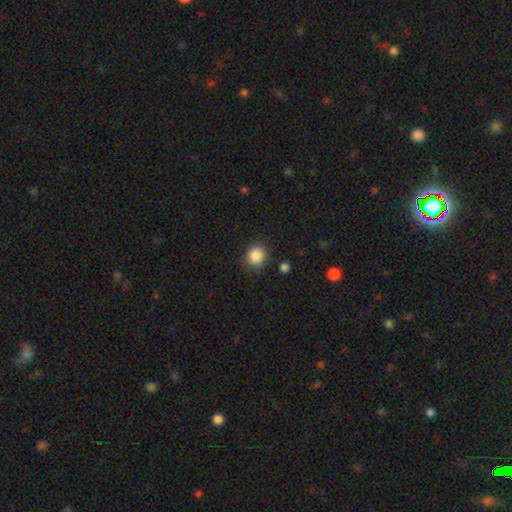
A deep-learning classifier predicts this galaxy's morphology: This is clearly a smooth galaxy (87%). How rounded: clearly round (83%). Merging: clearly none (88%).